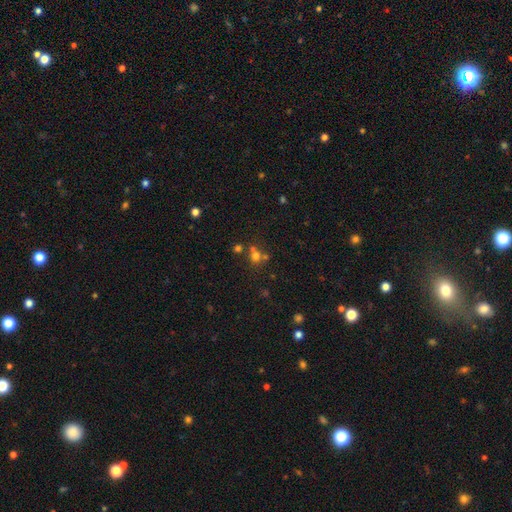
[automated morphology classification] This is likely a smooth galaxy (63%). How rounded: clearly round (82%). Merging: possibly none (51%).